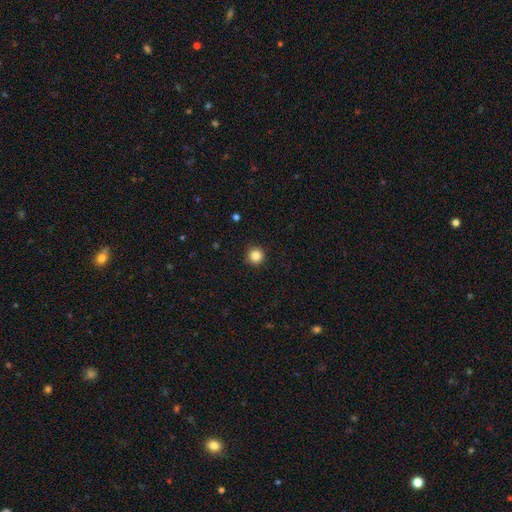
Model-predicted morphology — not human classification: smooth 85%, star or artifact 11%, featured or disk 4%. Down the decision tree: how rounded — round (95%); merging — none (91%).